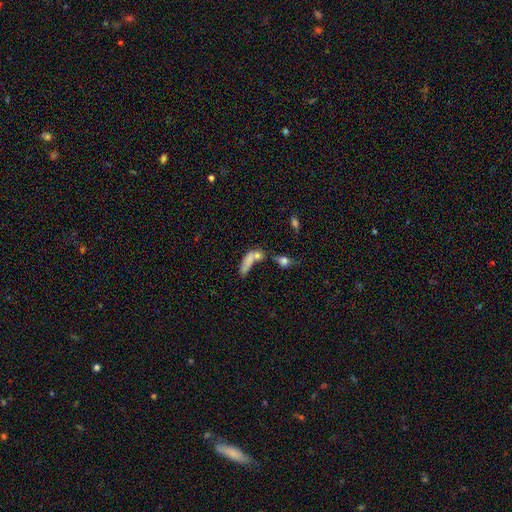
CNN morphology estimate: Smooth or featured? smooth (66%)
How rounded? in between (47%)
Merging? merger (44%)